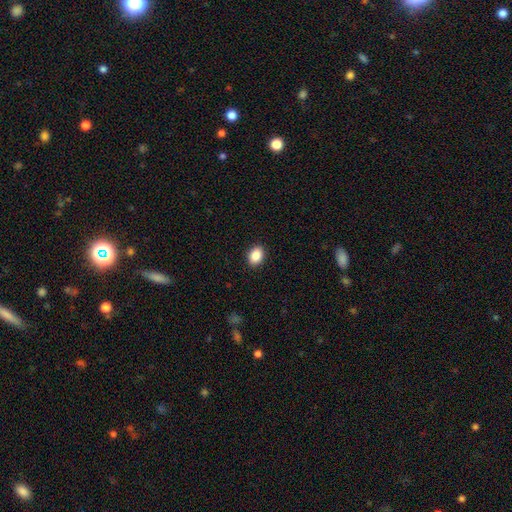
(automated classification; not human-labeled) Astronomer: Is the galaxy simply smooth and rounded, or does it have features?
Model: smooth — 88%.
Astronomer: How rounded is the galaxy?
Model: in between — 67%.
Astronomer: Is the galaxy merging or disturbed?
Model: none — 91%.